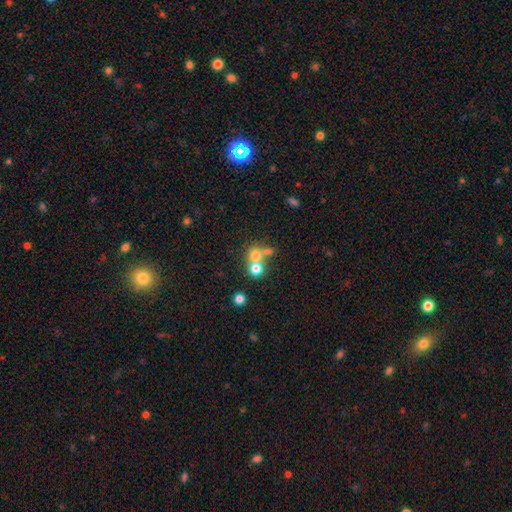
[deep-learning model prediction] Q: Smooth or featured?
A: smooth (68%); runner-up: featured or disk (16%)
Q: How rounded?
A: round (79%); runner-up: in between (20%)
Q: Merging?
A: merger (52%); runner-up: none (37%)